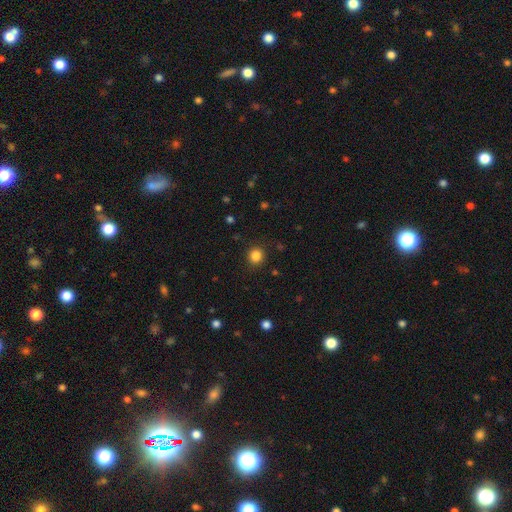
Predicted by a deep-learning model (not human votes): Smooth or featured: smooth — 85% (star or artifact — 12%)
How rounded: round — 90% (in between — 9%)
Merging: none — 90% (minor disturbance — 6%)